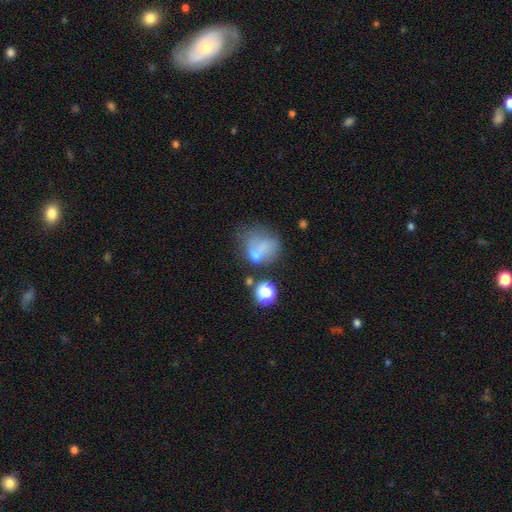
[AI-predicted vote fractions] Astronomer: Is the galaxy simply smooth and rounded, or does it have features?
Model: smooth — 52% (runner-up: featured or disk, 30%).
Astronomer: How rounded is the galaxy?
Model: round — 63%.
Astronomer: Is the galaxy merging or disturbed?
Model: none — 34% (runner-up: major disturbance, 23%).